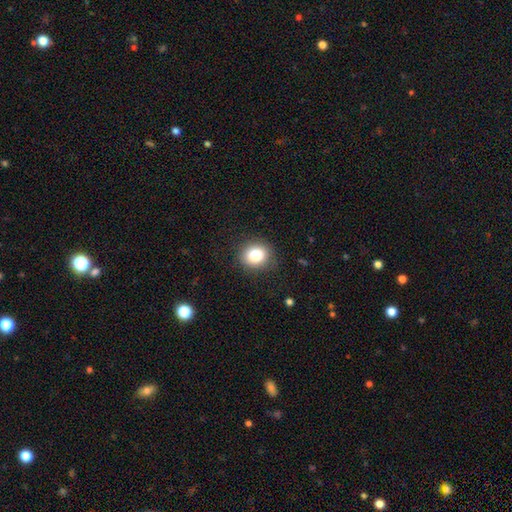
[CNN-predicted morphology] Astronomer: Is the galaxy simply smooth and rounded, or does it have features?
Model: smooth — 83%.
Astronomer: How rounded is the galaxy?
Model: round — 74%.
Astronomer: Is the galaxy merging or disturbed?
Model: none — 86%.